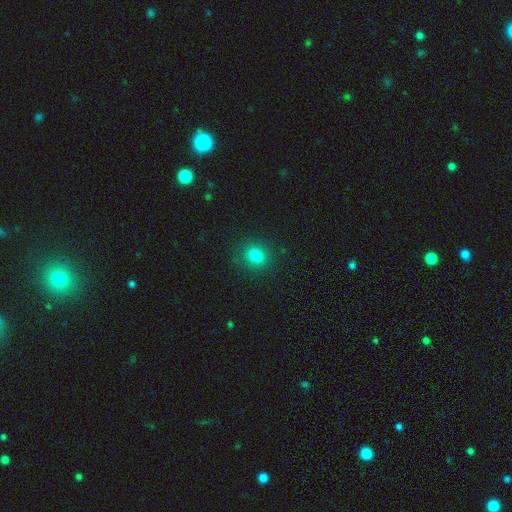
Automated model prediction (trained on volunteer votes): A smooth galaxy with no disk features (81%) that is round (62%). Merging: none (88%).